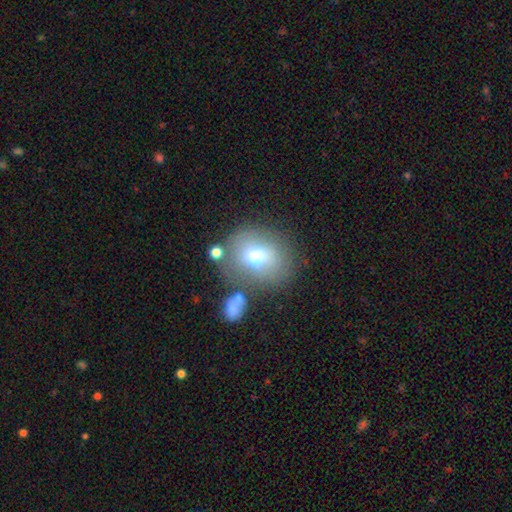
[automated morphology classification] Smooth or featured? smooth (65%)
How rounded? round (57%)
Merging? none (62%)